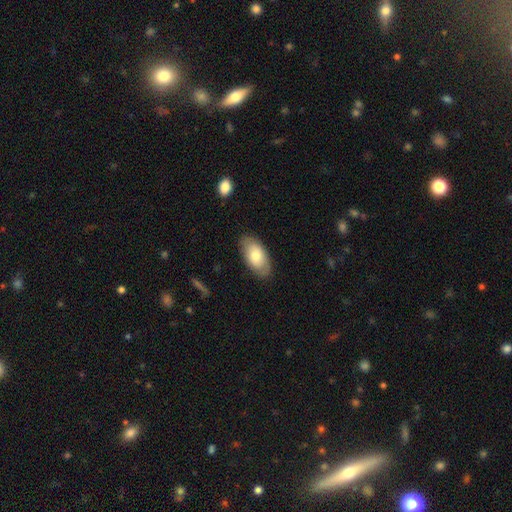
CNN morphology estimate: This is likely a smooth galaxy (72%). How rounded: clearly in between (94%). Merging: clearly none (84%).